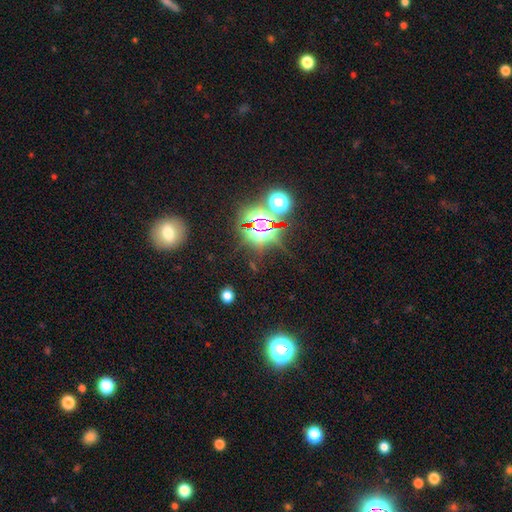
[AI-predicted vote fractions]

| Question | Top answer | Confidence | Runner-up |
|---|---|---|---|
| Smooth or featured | star or artifact | 75% | smooth (17%) |